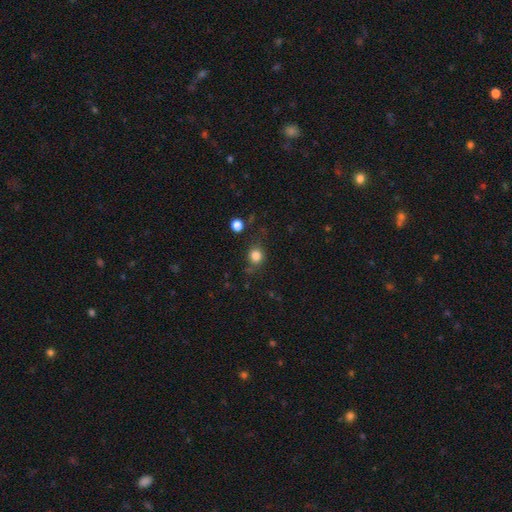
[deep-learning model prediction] The model was most divided on "merging": none: 74%, minor disturbance: 16%, major disturbance: 6%, merger: 4%. More confident: smooth or featured — smooth (82%); how rounded — round (79%).